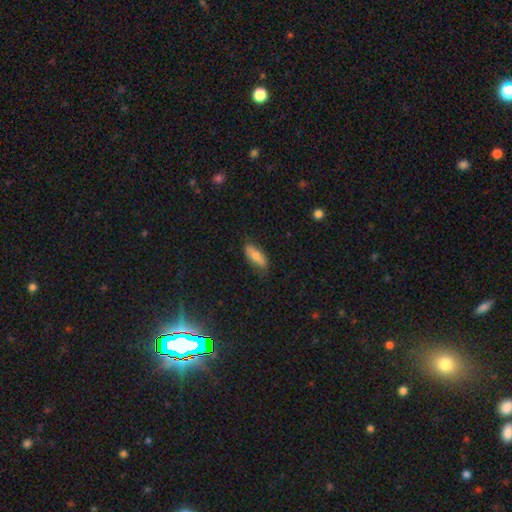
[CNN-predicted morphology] The model was most divided on "how rounded": in between: 68%, cigar-shaped: 29%, round: 3%. More confident: merging — none (76%); smooth or featured — smooth (70%).